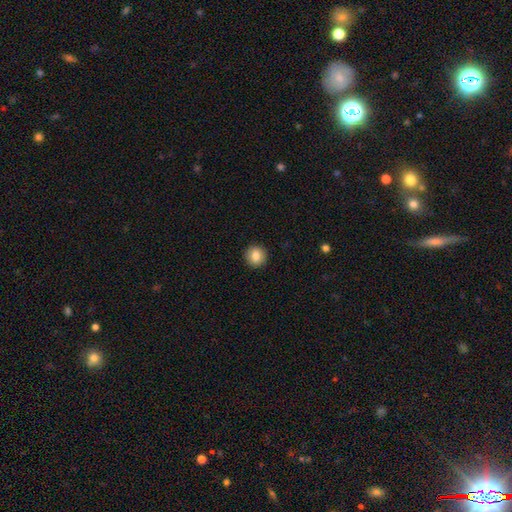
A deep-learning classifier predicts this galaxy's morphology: Smooth or featured: smooth — 84% (star or artifact — 9%)
How rounded: round — 93% (in between — 6%)
Merging: none — 92% (minor disturbance — 5%)